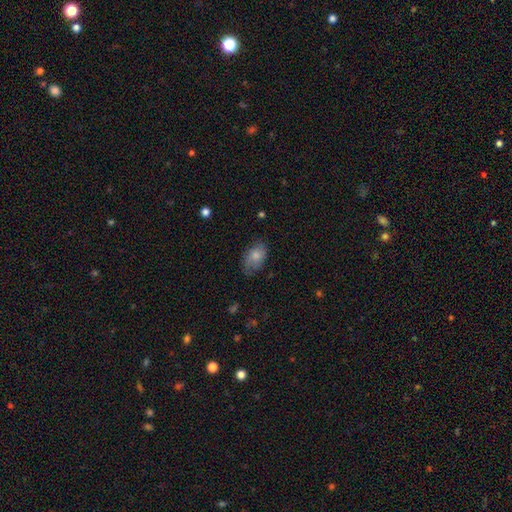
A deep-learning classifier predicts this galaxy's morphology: smooth 70%, featured or disk 23%, star or artifact 8%. Down the decision tree: how rounded — in between (88%); merging — none (61%).